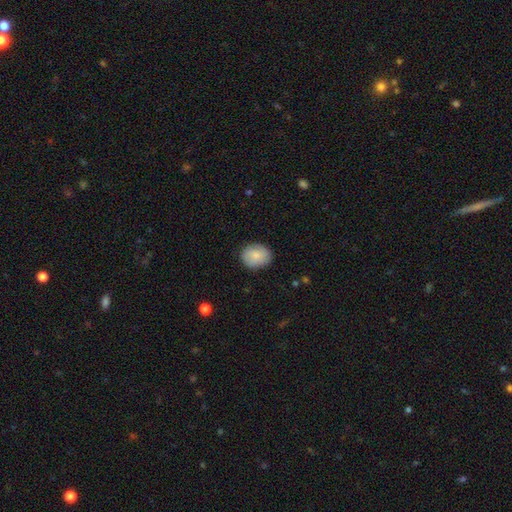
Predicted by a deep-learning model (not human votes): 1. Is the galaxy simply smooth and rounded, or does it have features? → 81% smooth, 12% featured or disk, 6% star or artifact.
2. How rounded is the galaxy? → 55% round, 44% in between, 1% cigar-shaped.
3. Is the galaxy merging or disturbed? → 83% none, 14% minor disturbance, 3% major disturbance, 1% merger.